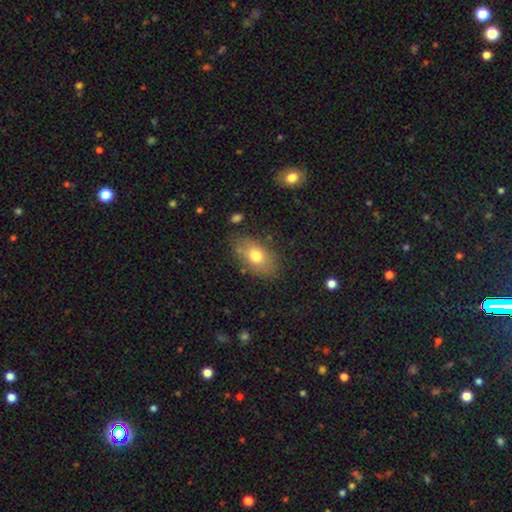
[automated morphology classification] A smooth galaxy with no disk features (73%) that is in between round and cigar-shaped (85%).

Vote fractions:
- Smooth or featured? smooth: 73% / featured or disk: 18% / star or artifact: 9%
- How rounded? in between: 85% / round: 12% / cigar-shaped: 3%
- Merging? none: 76% / minor disturbance: 16% / major disturbance: 5% / merger: 2%